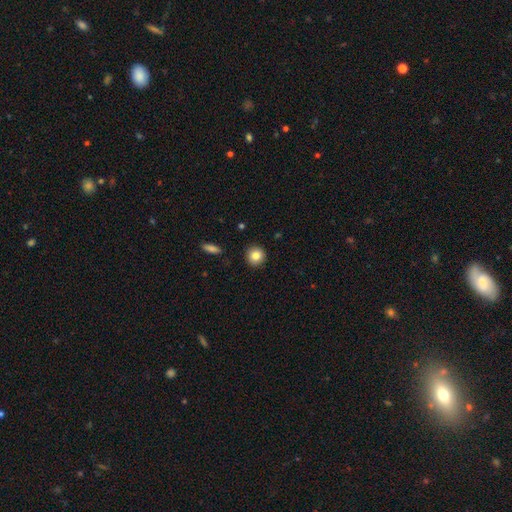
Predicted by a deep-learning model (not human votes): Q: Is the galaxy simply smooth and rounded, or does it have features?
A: smooth — 84%.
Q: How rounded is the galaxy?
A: round — 93%.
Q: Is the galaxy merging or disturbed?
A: none — 91%.